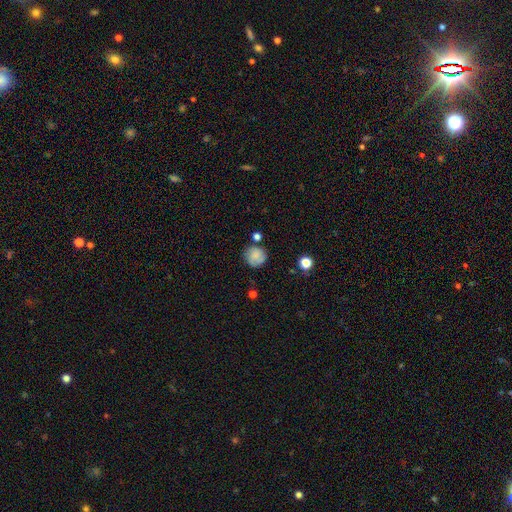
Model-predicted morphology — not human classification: A smooth galaxy with no disk features (72%) that is round (89%).

Vote fractions:
- Smooth or featured? smooth: 72% / featured or disk: 19% / star or artifact: 9%
- How rounded? round: 89% / in between: 11% / cigar-shaped: 1%
- Merging? none: 70% / minor disturbance: 18% / merger: 6% / major disturbance: 6%